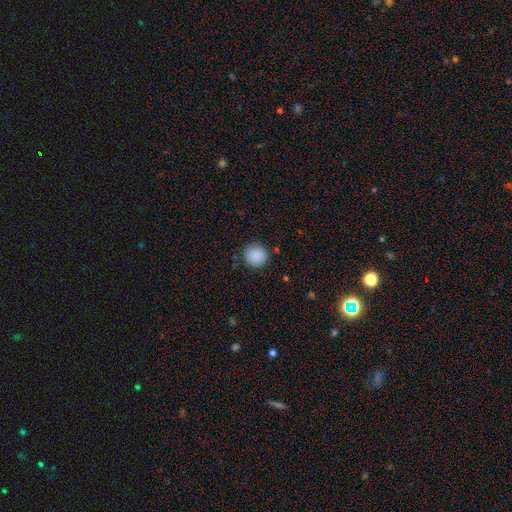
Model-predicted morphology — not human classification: type=smooth (89%); roundness=round (94%); merging=none (89%).